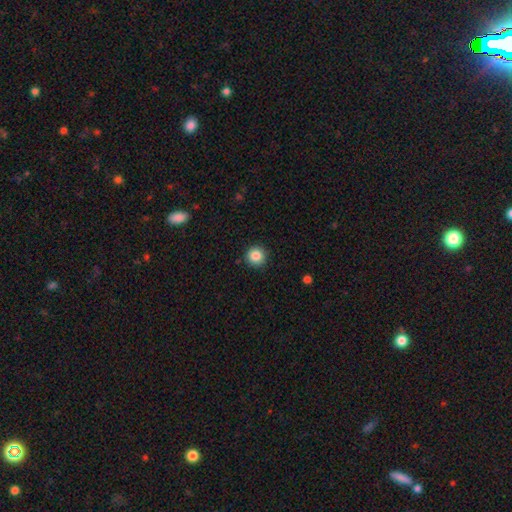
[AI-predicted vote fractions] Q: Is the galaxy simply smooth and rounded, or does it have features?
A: smooth — 85%.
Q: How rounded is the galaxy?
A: round — 95%.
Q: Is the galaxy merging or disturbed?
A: none — 91%.